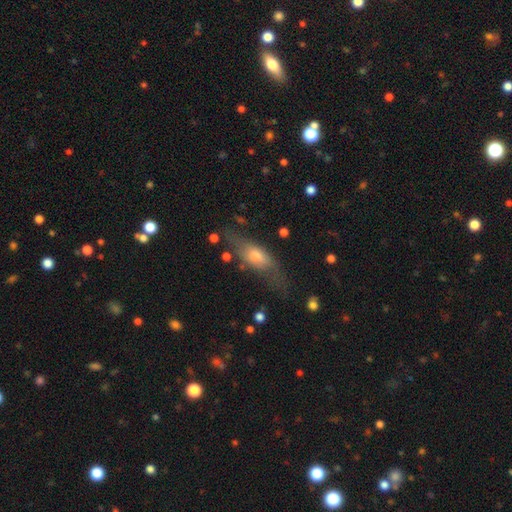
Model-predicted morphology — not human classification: A smooth galaxy with no disk features (50%) that is in between round and cigar-shaped (58%).

Vote fractions:
- Smooth or featured? smooth: 50% / featured or disk: 40% / star or artifact: 10%
- How rounded? in between: 58% / cigar-shaped: 36% / round: 6%
- Merging? none: 57% / minor disturbance: 23% / major disturbance: 16% / merger: 3%